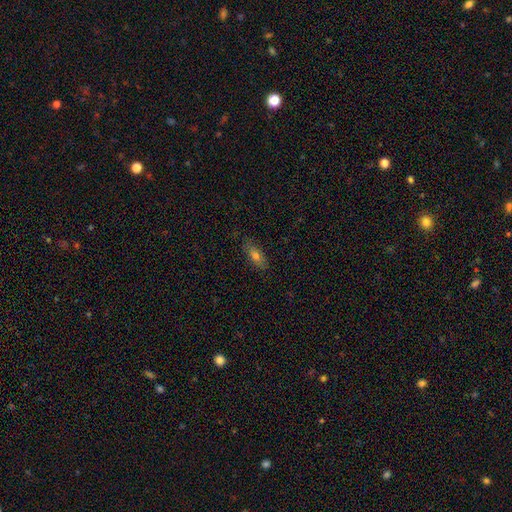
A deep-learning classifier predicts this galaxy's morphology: smooth 68%, featured or disk 22%, star or artifact 9%. Down the decision tree: how rounded — in between (73%); merging — none (81%).